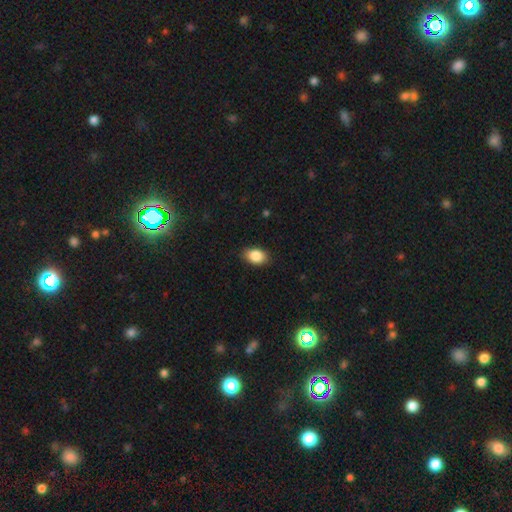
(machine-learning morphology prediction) Overall: smooth (88%). How rounded: in between (85%). Merging: none (86%).